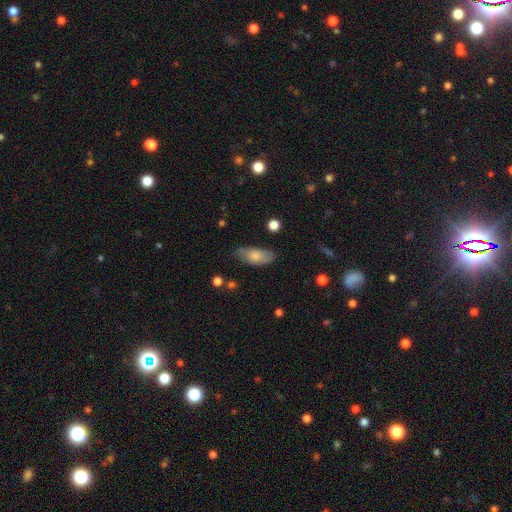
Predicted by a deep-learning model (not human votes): Smooth or featured? Predicted: smooth (p=0.76). How rounded? Predicted: in between (p=0.88). Merging? Predicted: none (p=0.60).